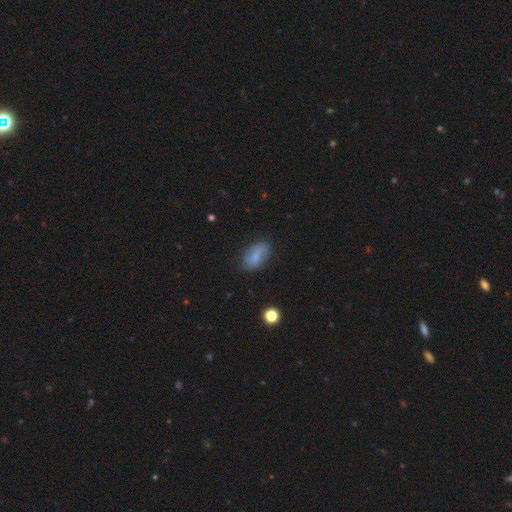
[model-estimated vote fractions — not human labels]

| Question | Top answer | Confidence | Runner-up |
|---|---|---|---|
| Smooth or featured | smooth | 72% | featured or disk (19%) |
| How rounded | in between | 90% | round (6%) |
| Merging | none | 75% | minor disturbance (19%) |